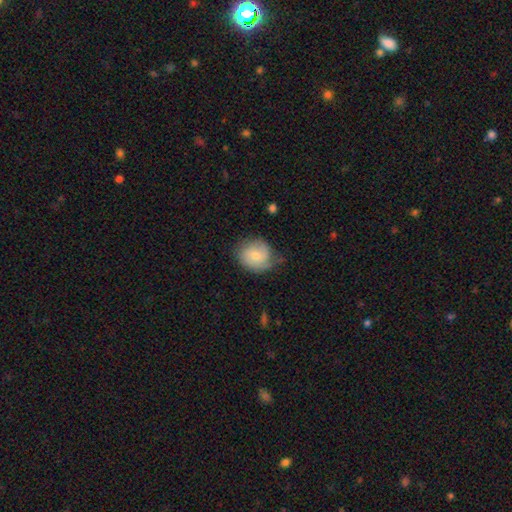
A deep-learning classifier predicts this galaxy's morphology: Smooth or featured?
  - smooth: 60% *
  - featured or disk: 33%
  - star or artifact: 7%
How rounded?
  - round: 74% *
  - in between: 25%
  - cigar-shaped: 1%
Merging?
  - none: 51% *
  - minor disturbance: 34%
  - major disturbance: 13%
  - merger: 2%